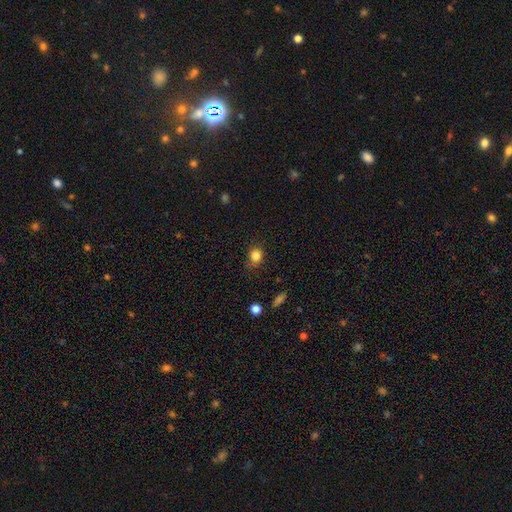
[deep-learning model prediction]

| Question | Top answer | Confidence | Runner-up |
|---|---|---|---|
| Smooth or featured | smooth | 83% | star or artifact (12%) |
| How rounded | round | 75% | in between (24%) |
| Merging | none | 70% | minor disturbance (23%) |